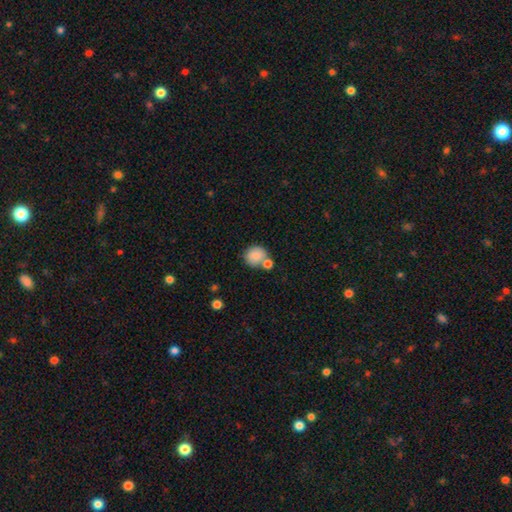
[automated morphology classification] A smooth galaxy with no disk features (85%) that is round (76%). Merging: none (54%).